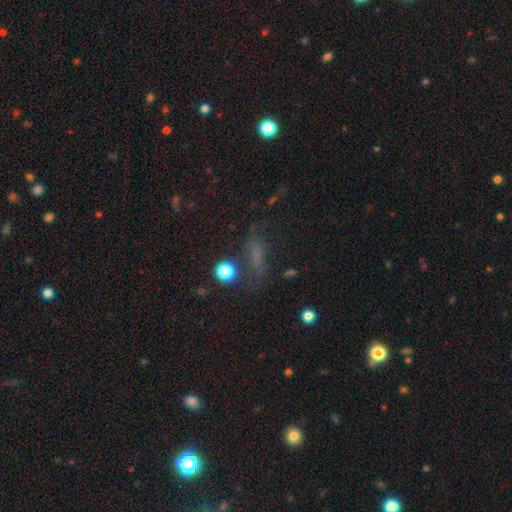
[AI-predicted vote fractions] Smooth or featured: smooth — 51% (star or artifact — 31%)
How rounded: in between — 51% (cigar-shaped — 31%)
Merging: none — 56% (minor disturbance — 19%)